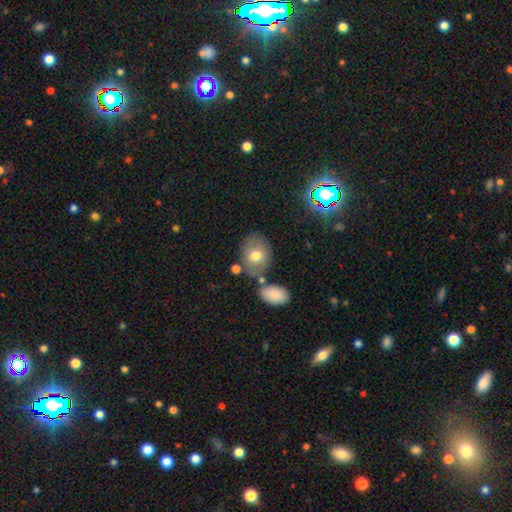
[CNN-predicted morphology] type=smooth (68%); roundness=in between (72%); merging=none (65%).